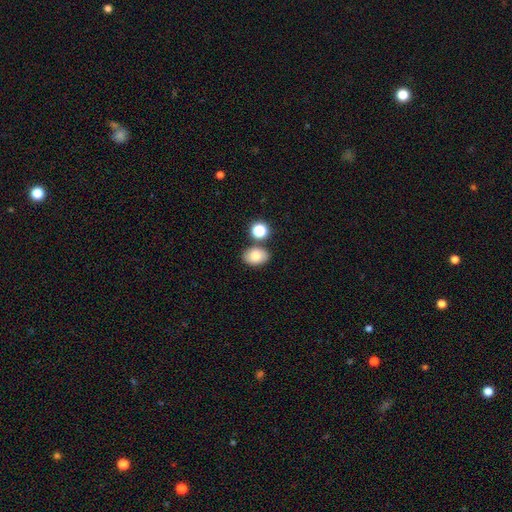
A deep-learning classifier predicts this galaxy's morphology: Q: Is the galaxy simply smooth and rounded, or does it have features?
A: smooth — 80%.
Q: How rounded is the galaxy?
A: in between — 74%.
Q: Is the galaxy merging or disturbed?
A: none — 74%.